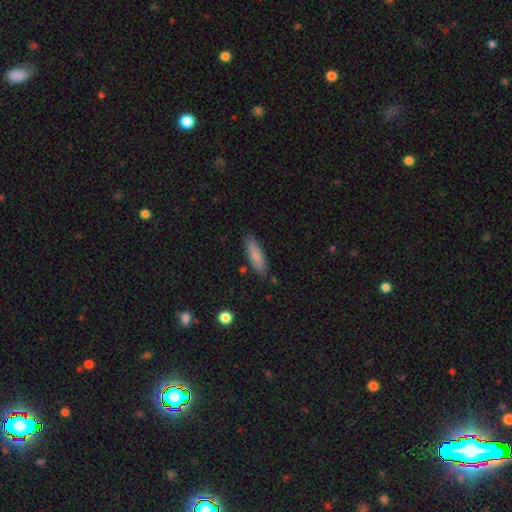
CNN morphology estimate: This is clearly a smooth galaxy (83%). How rounded: possibly cigar-shaped (56%). Merging: clearly none (82%).